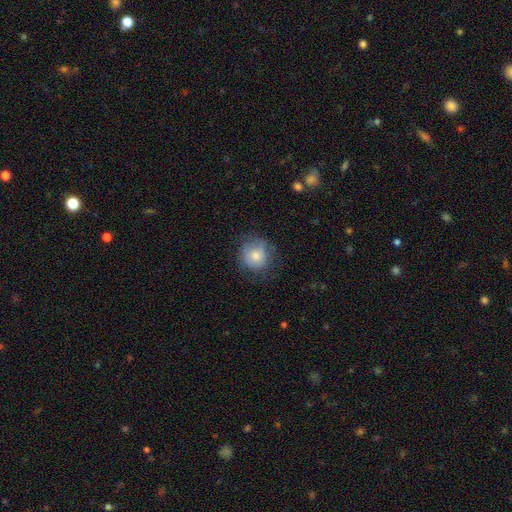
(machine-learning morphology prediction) Smooth or featured: smooth — 76% (featured or disk — 15%)
How rounded: round — 87% (in between — 12%)
Merging: none — 70% (minor disturbance — 20%)